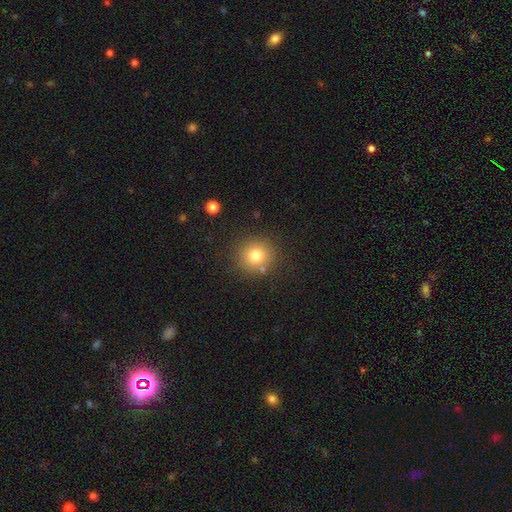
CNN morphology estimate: Smooth or featured?
  - smooth: 79% *
  - star or artifact: 13%
  - featured or disk: 9%
How rounded?
  - round: 88% *
  - in between: 11%
  - cigar-shaped: 1%
Merging?
  - none: 82% *
  - minor disturbance: 9%
  - merger: 6%
  - major disturbance: 3%